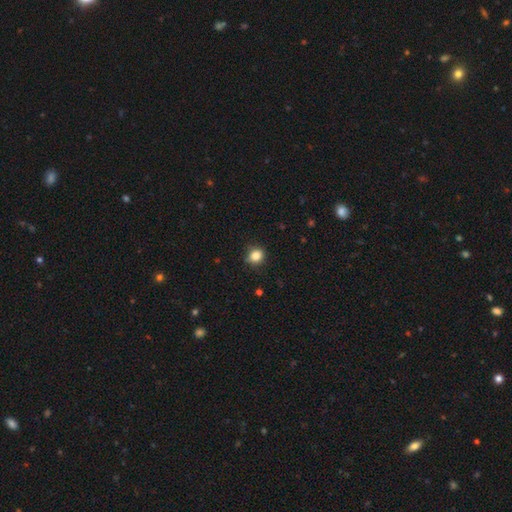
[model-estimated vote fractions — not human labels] A smooth galaxy with no disk features (84%) that is round (75%).

Vote fractions:
- Smooth or featured? smooth: 84% / star or artifact: 11% / featured or disk: 5%
- How rounded? round: 75% / in between: 24% / cigar-shaped: 1%
- Merging? none: 82% / minor disturbance: 14% / major disturbance: 3% / merger: 1%